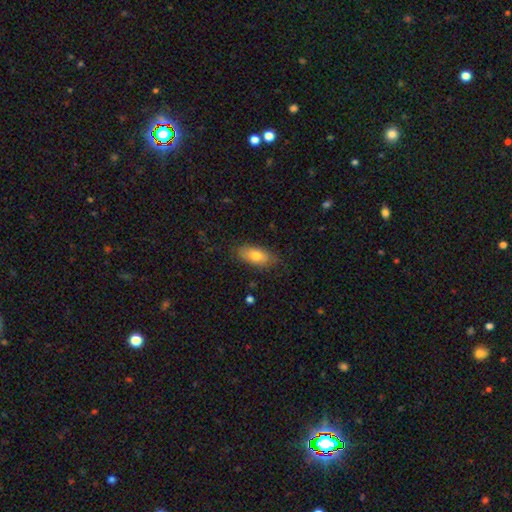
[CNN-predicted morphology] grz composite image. It shows a smooth galaxy with no disk features (75%) that is in between round and cigar-shaped (88%). Merging: none (79%).